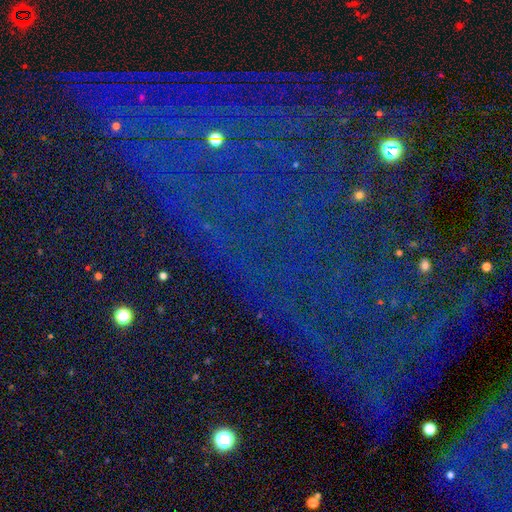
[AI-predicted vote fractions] smooth_or_featured: star or artifact (p=0.85) [alt: featured or disk p=0.08]